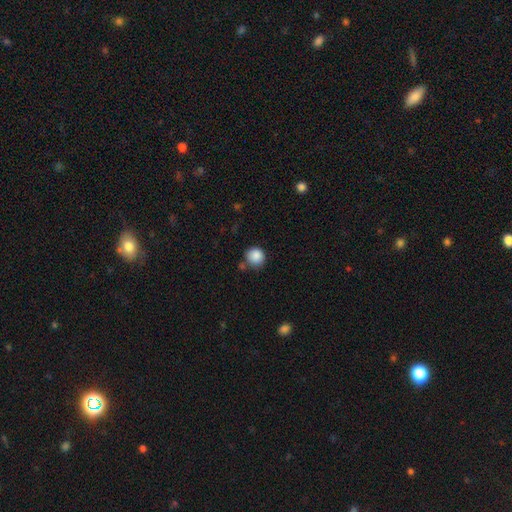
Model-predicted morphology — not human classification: smooth_or_featured: smooth (p=0.88) [alt: star or artifact p=0.09]
how_rounded: round (p=0.91) [alt: in between p=0.08]
merging: none (p=0.74) [alt: minor disturbance p=0.15]